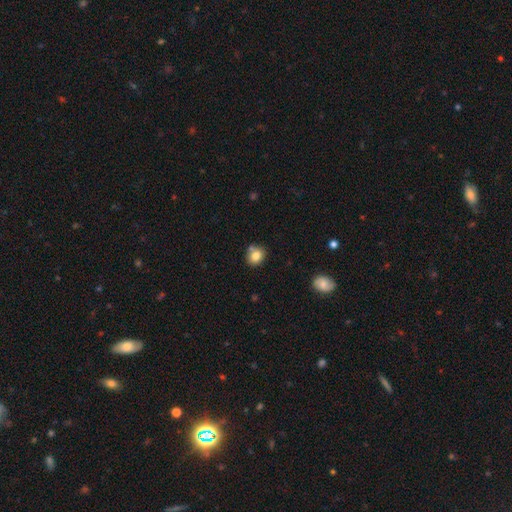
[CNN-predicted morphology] Smooth or featured?
  - smooth: 80% *
  - star or artifact: 10%
  - featured or disk: 10%
How rounded?
  - round: 69% *
  - in between: 30%
  - cigar-shaped: 1%
Merging?
  - none: 69% *
  - merger: 15%
  - minor disturbance: 13%
  - major disturbance: 3%